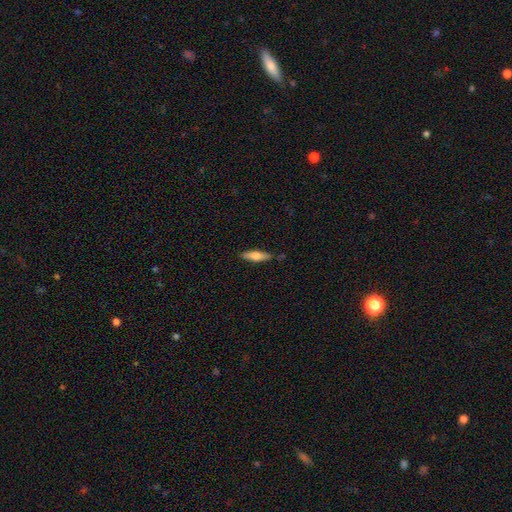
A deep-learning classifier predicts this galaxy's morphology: smooth-or-featured: smooth: 60% | featured or disk: 34% | star or artifact: 6%
  how-rounded: cigar-shaped: 60% | in between: 38% | round: 2%
  merging: none: 82% | minor disturbance: 13% | major disturbance: 2% | merger: 2%